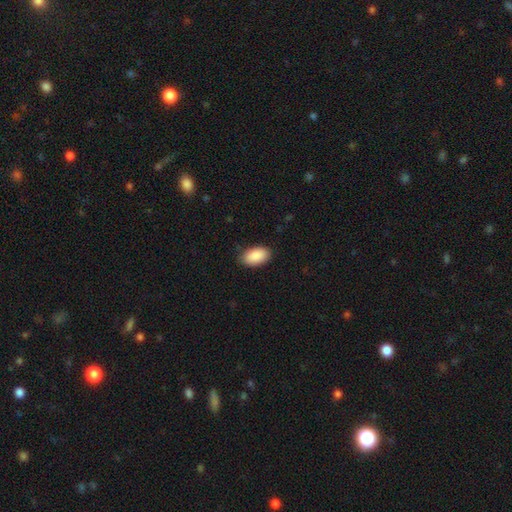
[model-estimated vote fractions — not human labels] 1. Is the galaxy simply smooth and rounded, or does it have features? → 90% smooth, 6% star or artifact, 4% featured or disk.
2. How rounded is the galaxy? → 95% in between, 4% round, 2% cigar-shaped.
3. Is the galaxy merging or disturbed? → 85% none, 12% minor disturbance, 2% major disturbance, 1% merger.